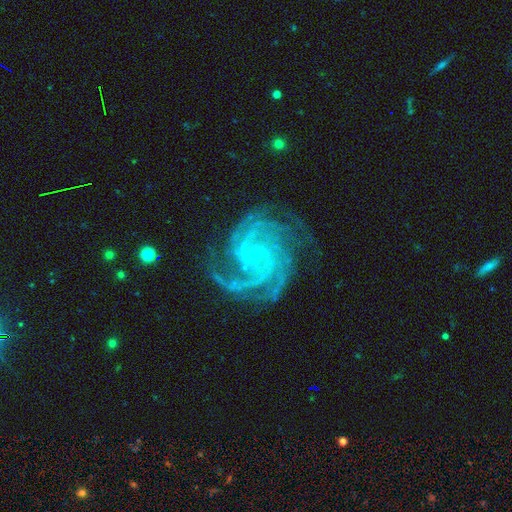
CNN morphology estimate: A featured or disk galaxy (92%) with no bar (73%), 4 (31%) tight (69%) spiral arms (99%) and a small central bulge (89%).

Vote fractions:
- Smooth or featured? featured or disk: 92% / star or artifact: 5% / smooth: 2%
- Edge-on disk? no: 98% / yes: 2%
- Bar? no: 73% / weak: 19% / strong: 8%
- Spiral arms? yes: 99% / no: 1%
- Spiral winding? tight: 69% / medium: 27% / loose: 3%
- Spiral arm count? 4: 31% / 3: 26% / more than 4: 12% / 2: 12% / can't tell: 11% / 1: 8%
- Bulge size? small: 89% / moderate: 7% / none: 3% / large: 1% / dominant: 1%
- Merging? none: 74% / minor disturbance: 17% / major disturbance: 8% / merger: 2%